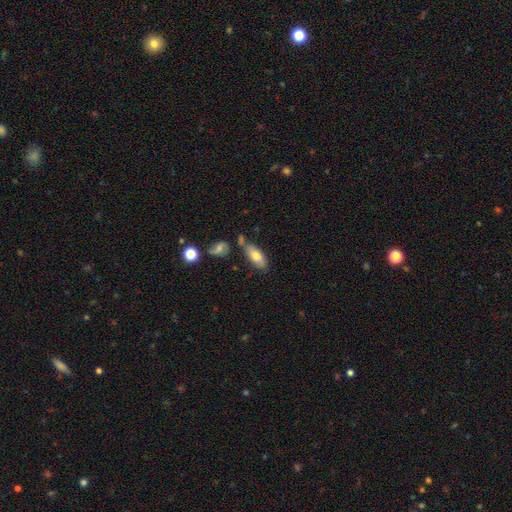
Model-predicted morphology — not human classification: smooth_or_featured: smooth (p=0.73) [alt: featured or disk p=0.21]
how_rounded: in between (p=0.81) [alt: cigar-shaped p=0.16]
merging: none (p=0.65) [alt: minor disturbance p=0.18]